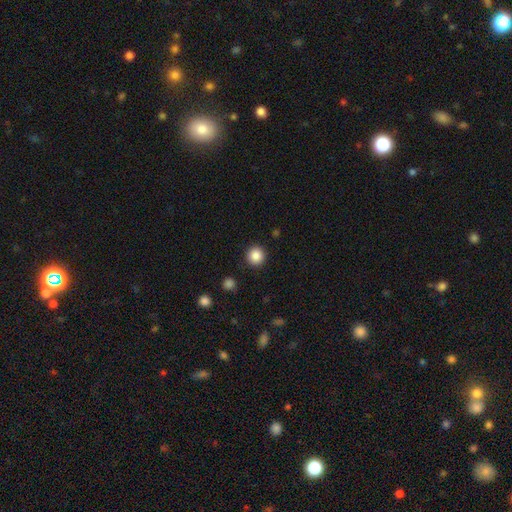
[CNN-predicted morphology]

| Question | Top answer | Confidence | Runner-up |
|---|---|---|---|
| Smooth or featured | smooth | 87% | star or artifact (10%) |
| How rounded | round | 94% | in between (5%) |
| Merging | none | 91% | minor disturbance (5%) |